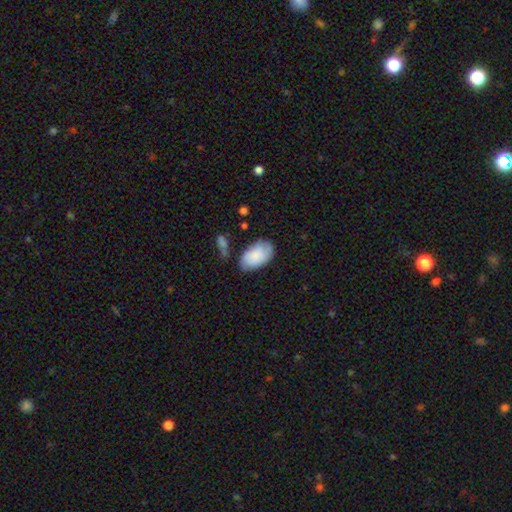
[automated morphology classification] smooth-or-featured: smooth: 77% | featured or disk: 17% | star or artifact: 6%
  how-rounded: in between: 94% | round: 5% | cigar-shaped: 2%
  merging: none: 64% | minor disturbance: 24% | major disturbance: 6% | merger: 6%